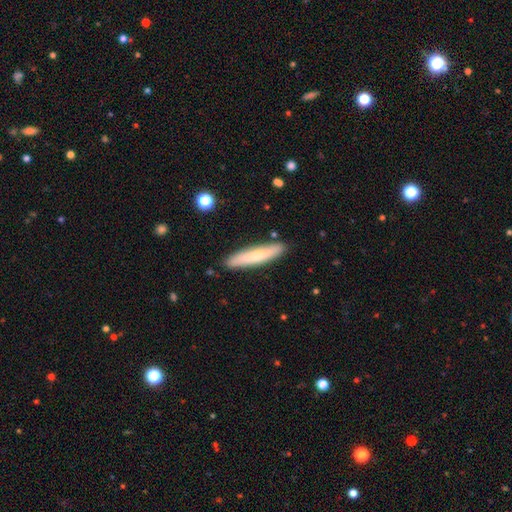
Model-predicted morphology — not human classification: smooth_or_featured: smooth (p=0.62) [alt: featured or disk p=0.32]
how_rounded: cigar-shaped (p=0.88) [alt: in between p=0.11]
merging: none (p=0.88) [alt: minor disturbance p=0.09]